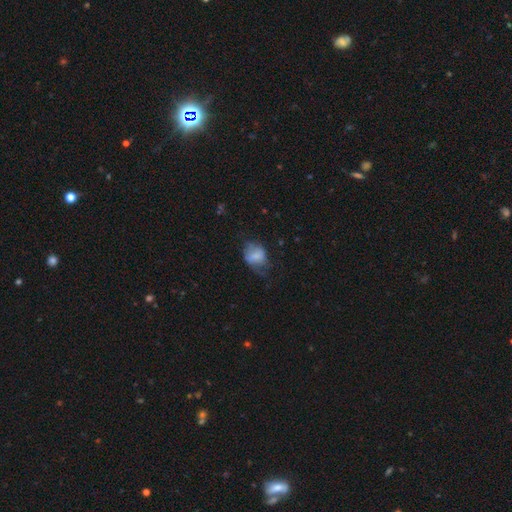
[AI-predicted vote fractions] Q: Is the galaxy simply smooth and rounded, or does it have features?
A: smooth — 63%.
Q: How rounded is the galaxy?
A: in between — 64%.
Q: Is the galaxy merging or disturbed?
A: none — 40%.